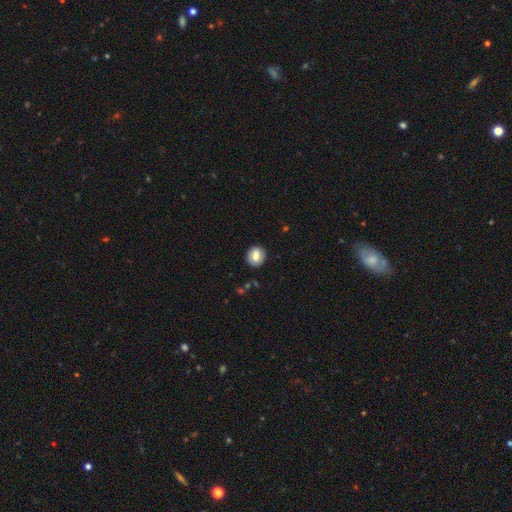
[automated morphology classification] A smooth galaxy with no disk features (76%) that is round (76%).

Vote fractions:
- Smooth or featured? smooth: 76% / featured or disk: 15% / star or artifact: 8%
- How rounded? round: 76% / in between: 23% / cigar-shaped: 1%
- Merging? none: 86% / minor disturbance: 10% / major disturbance: 2% / merger: 1%